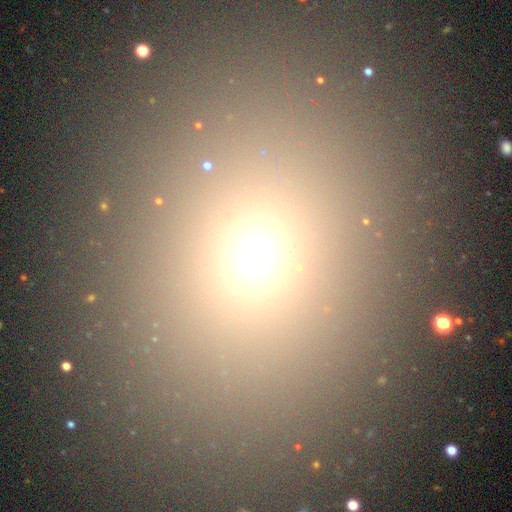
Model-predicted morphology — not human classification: This is likely a smooth galaxy (63%). How rounded: possibly round (58%). Merging: likely none (78%).